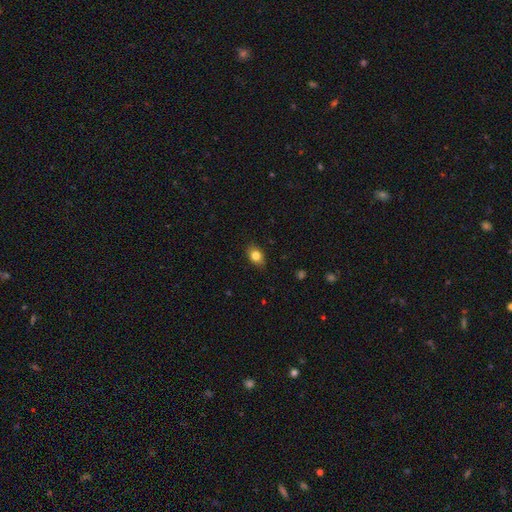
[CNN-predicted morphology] Q: Smooth or featured?
A: smooth (81%); runner-up: featured or disk (10%)
Q: How rounded?
A: in between (75%); runner-up: round (23%)
Q: Merging?
A: none (83%); runner-up: minor disturbance (13%)